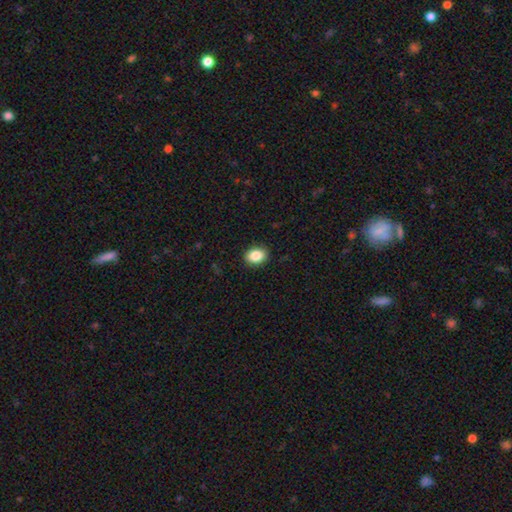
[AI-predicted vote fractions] Overall: smooth (87%). How rounded: in between (69%; round 30%). Merging: none (90%).